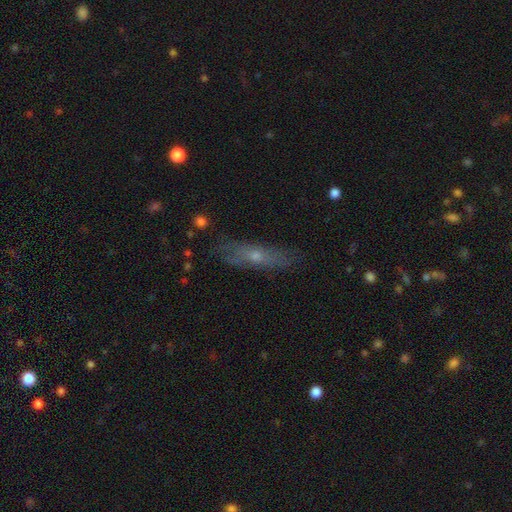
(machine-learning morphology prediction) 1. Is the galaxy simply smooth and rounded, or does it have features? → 48% featured or disk, 44% smooth, 8% star or artifact.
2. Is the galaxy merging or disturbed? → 77% none, 17% minor disturbance, 5% major disturbance, 2% merger.